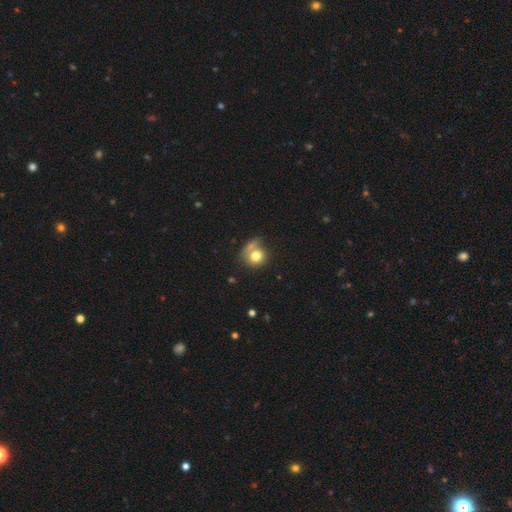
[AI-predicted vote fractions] smooth_or_featured: smooth (p=0.76) [alt: featured or disk p=0.14]
how_rounded: round (p=0.80) [alt: in between p=0.19]
merging: none (p=0.46) [alt: merger p=0.26]